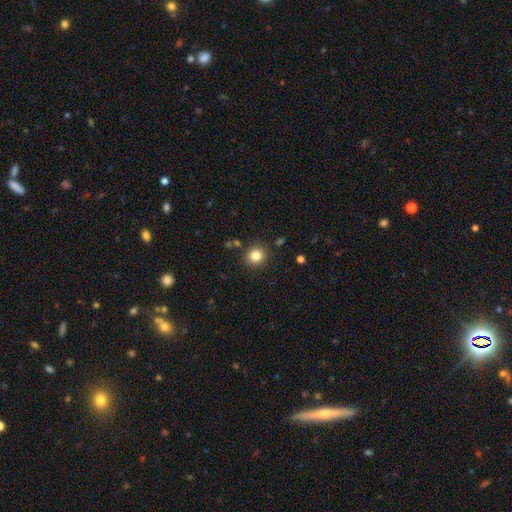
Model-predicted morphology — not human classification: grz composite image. It shows a smooth galaxy with no disk features (82%) that is round (89%). Merging: none (88%).